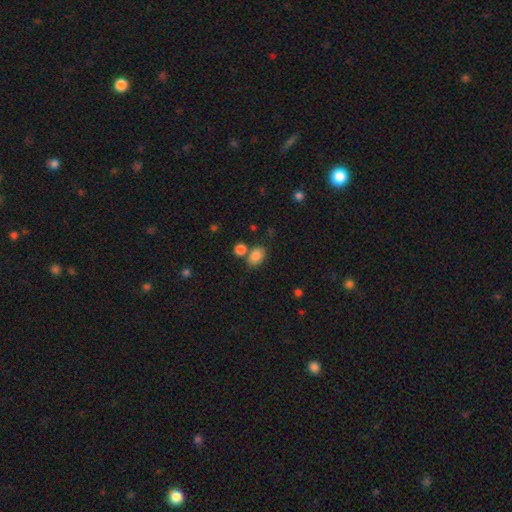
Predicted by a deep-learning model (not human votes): A smooth galaxy with no disk features (84%) that is in between round and cigar-shaped (74%).

Vote fractions:
- Smooth or featured? smooth: 84% / star or artifact: 10% / featured or disk: 6%
- How rounded? in between: 74% / round: 25% / cigar-shaped: 1%
- Merging? none: 62% / merger: 22% / minor disturbance: 12% / major disturbance: 4%